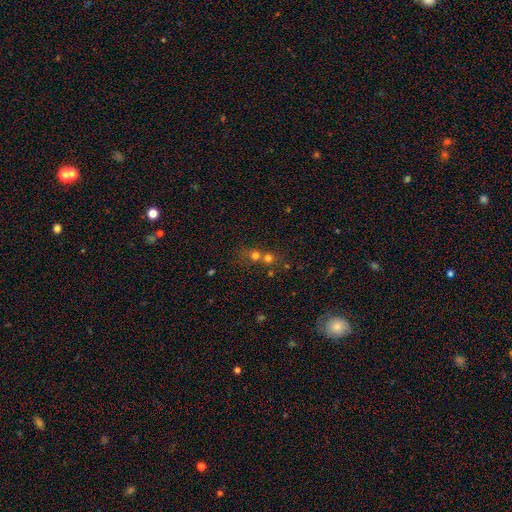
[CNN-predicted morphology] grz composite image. It shows a smooth galaxy with no disk features (64%) that is round (84%). Merging: merger (55%).